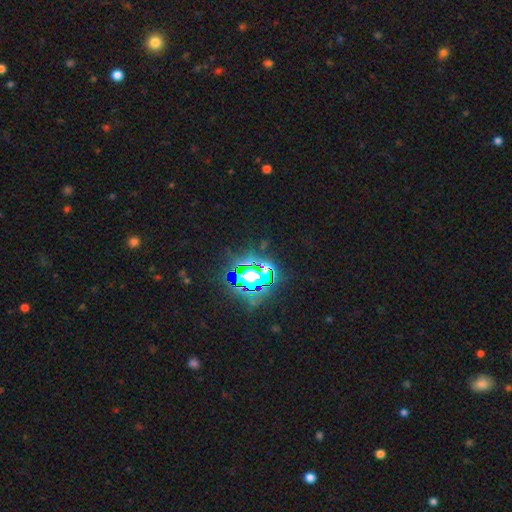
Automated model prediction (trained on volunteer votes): smooth_or_featured: star or artifact (p=0.84) [alt: smooth p=0.10]